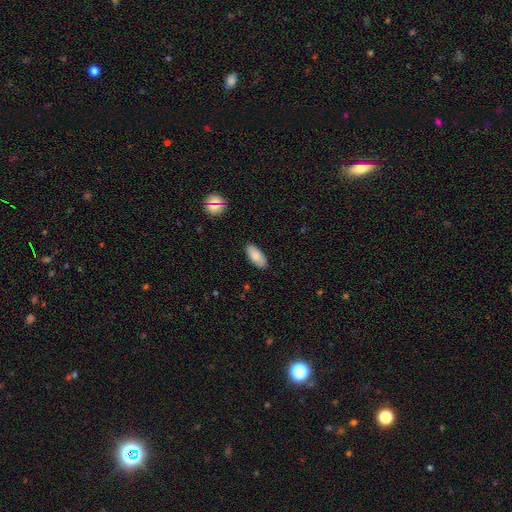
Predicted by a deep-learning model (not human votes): Overall: smooth (79%). How rounded: in between (89%). Merging: none (88%).